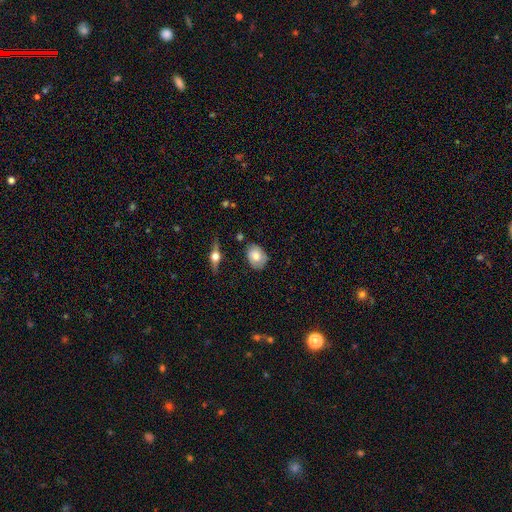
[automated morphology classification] Overall: smooth (63%; featured or disk 29%). How rounded: in between (70%). Merging: none (71%).